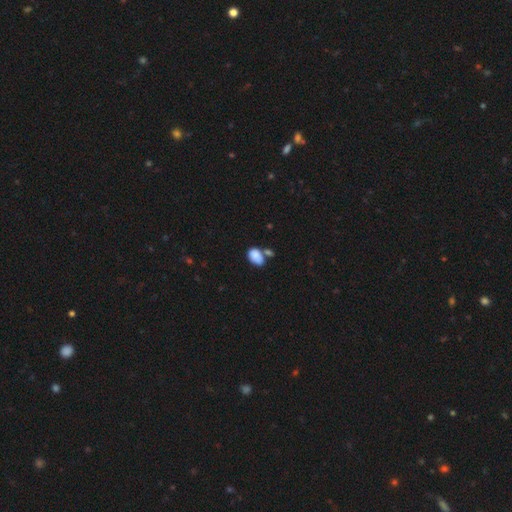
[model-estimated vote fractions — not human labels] smooth 84%, featured or disk 8%, star or artifact 8%. Down the decision tree: how rounded — in between (86%); merging — none (41%).